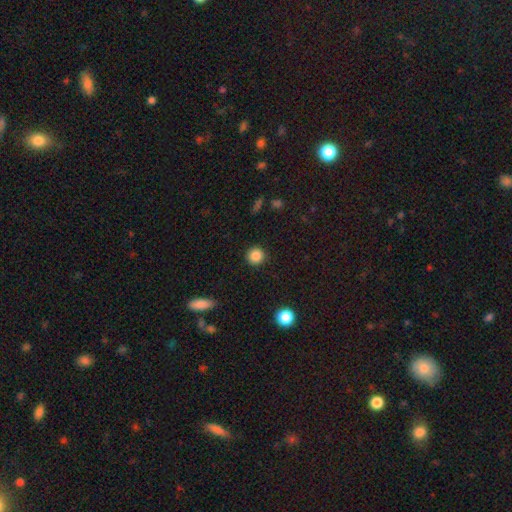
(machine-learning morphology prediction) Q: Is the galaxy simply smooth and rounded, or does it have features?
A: smooth — 86%.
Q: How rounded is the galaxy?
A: round — 95%.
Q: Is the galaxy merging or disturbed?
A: none — 92%.